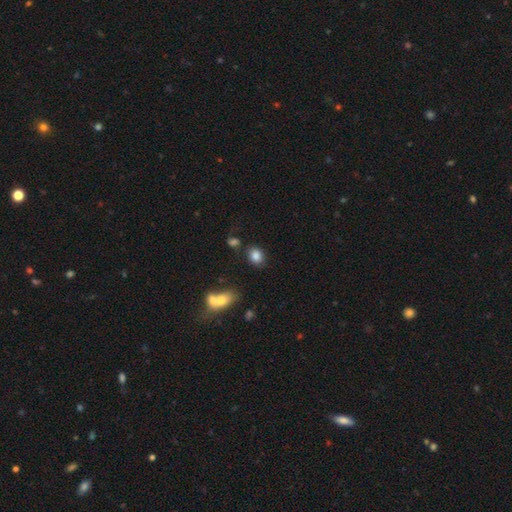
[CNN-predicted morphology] This is clearly a smooth galaxy (84%). How rounded: possibly round (53%). Merging: likely none (78%).